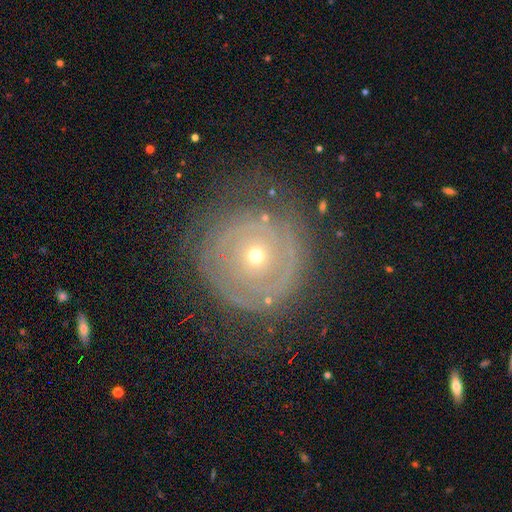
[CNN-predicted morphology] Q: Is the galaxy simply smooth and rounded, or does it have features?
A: featured or disk — 70%.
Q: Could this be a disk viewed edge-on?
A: no — 96%.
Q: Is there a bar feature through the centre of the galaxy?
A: no — 87%.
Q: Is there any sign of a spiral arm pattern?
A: yes — 62%.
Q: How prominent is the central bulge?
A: small — 65%.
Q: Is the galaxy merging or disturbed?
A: none — 72%.